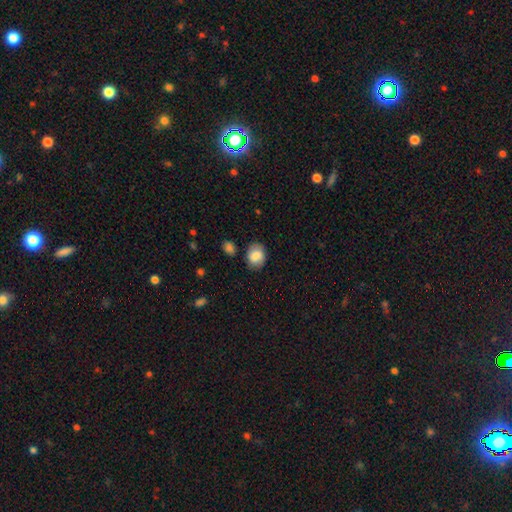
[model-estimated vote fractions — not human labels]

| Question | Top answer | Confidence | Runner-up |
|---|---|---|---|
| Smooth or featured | smooth | 81% | featured or disk (12%) |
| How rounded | in between | 55% | round (44%) |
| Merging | none | 79% | minor disturbance (15%) |